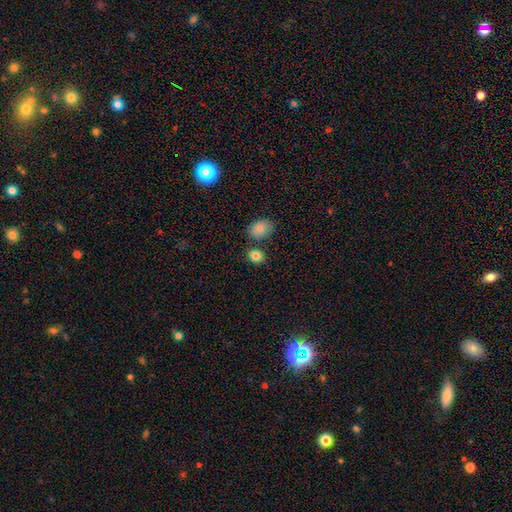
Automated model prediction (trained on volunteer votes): This is clearly a smooth galaxy (84%). How rounded: possibly round (59%). Merging: likely none (73%).